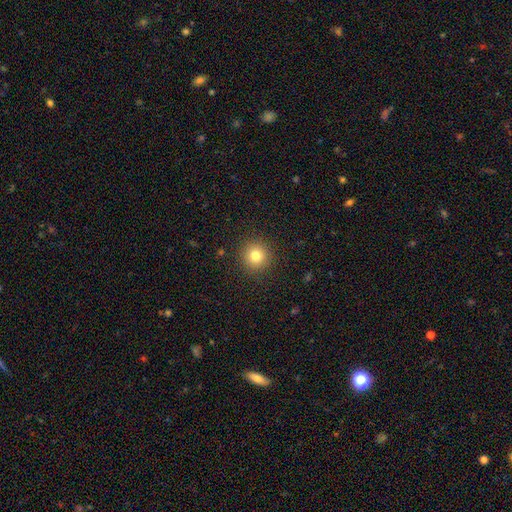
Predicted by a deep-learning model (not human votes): A smooth galaxy with no disk features (80%) that is round (94%).

Vote fractions:
- Smooth or featured? smooth: 80% / star or artifact: 12% / featured or disk: 8%
- How rounded? round: 94% / in between: 5% / cigar-shaped: 1%
- Merging? none: 91% / minor disturbance: 6% / major disturbance: 2% / merger: 1%